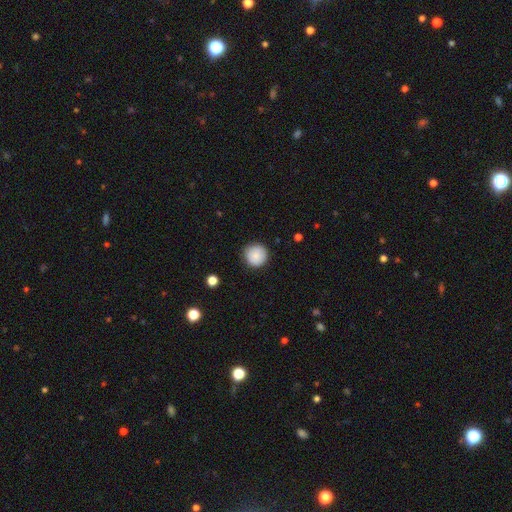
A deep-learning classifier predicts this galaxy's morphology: Smooth or featured? Predicted: smooth (p=0.86). How rounded? Predicted: round (p=0.96). Merging? Predicted: none (p=0.88).